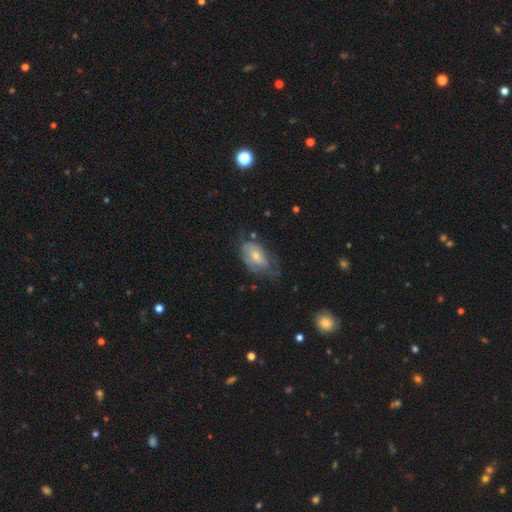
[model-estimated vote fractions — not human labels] smooth_or_featured: featured or disk (p=0.52) [alt: smooth p=0.38]
disk_edge_on: no (p=0.91) [alt: yes p=0.09]
merging: none (p=0.48) [alt: minor disturbance p=0.30]